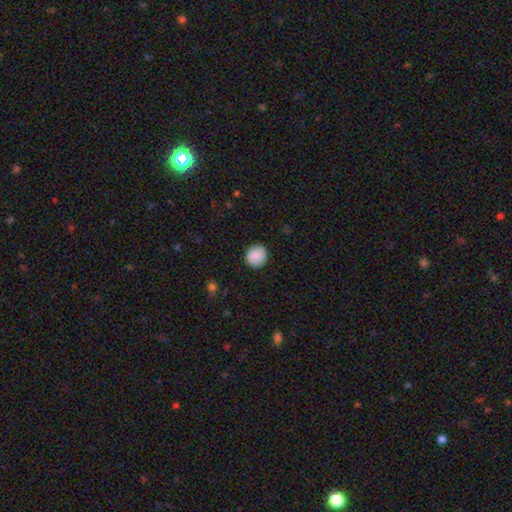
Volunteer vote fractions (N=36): Volunteers were most divided on "merging": none: 91%, minor disturbance: 6%, major disturbance: 3%, merger: 0%. More confident: how rounded — round (97%); smooth or featured — smooth (94%).